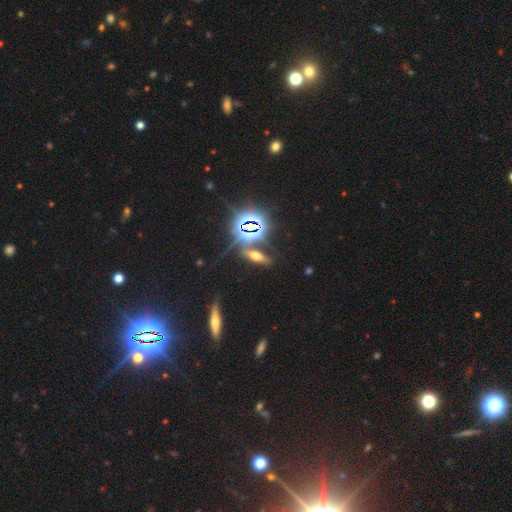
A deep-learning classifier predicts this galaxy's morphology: type=star or artifact (42%).